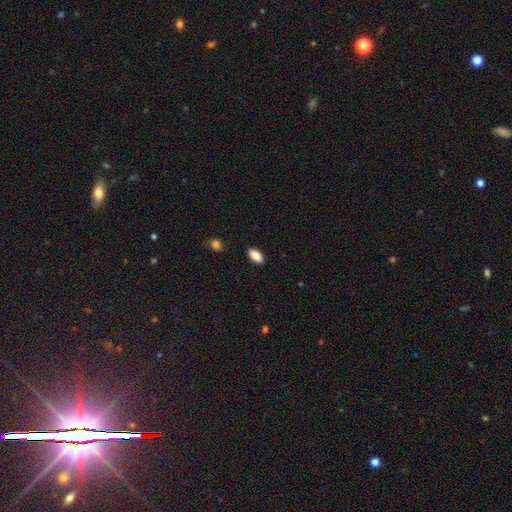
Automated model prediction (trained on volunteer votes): Smooth or featured? smooth (87%)
How rounded? in between (92%)
Merging? none (88%)